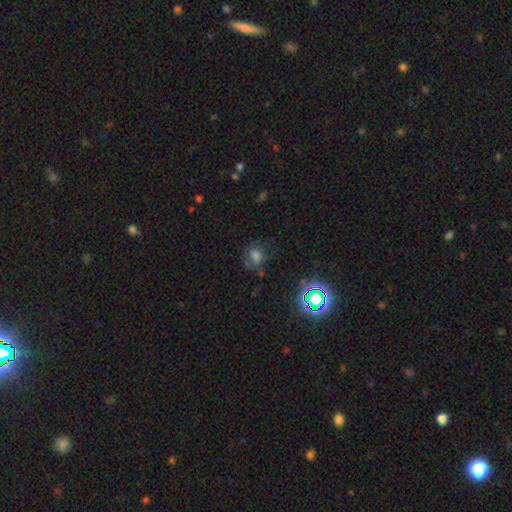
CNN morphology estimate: This appears to be a smooth galaxy with no disk features (57%) that is round (59%). Merging: none (60%).